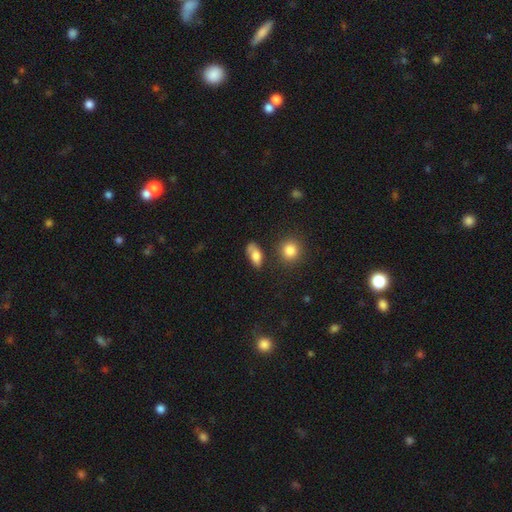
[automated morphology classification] This is likely a smooth galaxy (75%). How rounded: clearly in between (83%). Merging: possibly none (58%).